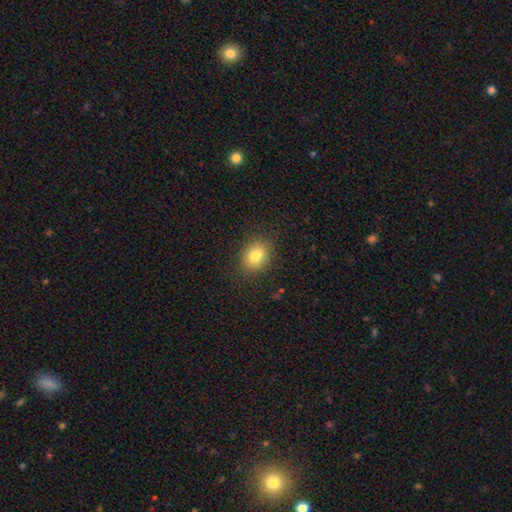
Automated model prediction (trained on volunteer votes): A smooth galaxy with no disk features (81%) that is round (58%).

Vote fractions:
- Smooth or featured? smooth: 81% / star or artifact: 11% / featured or disk: 8%
- How rounded? round: 58% / in between: 41% / cigar-shaped: 1%
- Merging? none: 88% / minor disturbance: 8% / major disturbance: 3% / merger: 1%